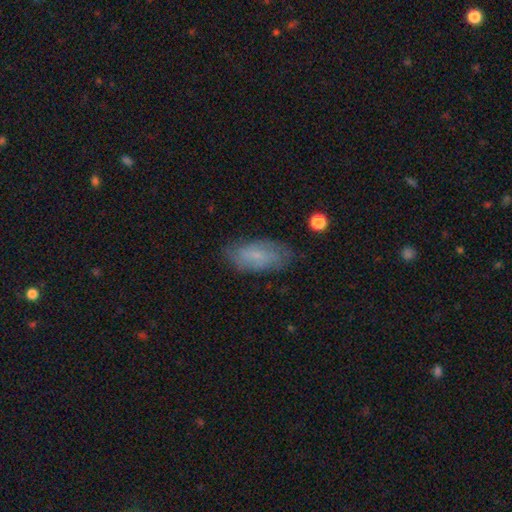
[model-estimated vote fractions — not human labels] Overall: smooth (56%; featured or disk 36%). How rounded: in between (88%). Merging: none (72%).